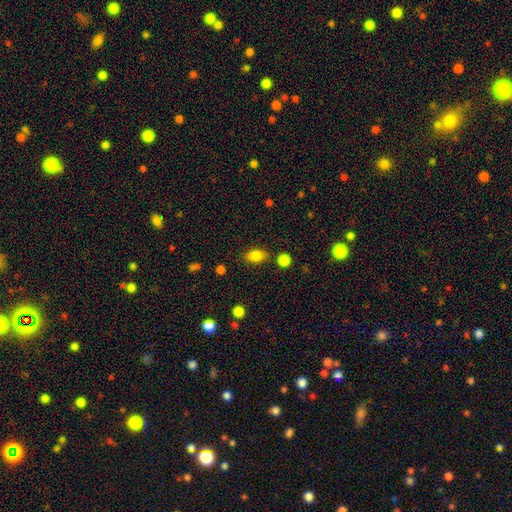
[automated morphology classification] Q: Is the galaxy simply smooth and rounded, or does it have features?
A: smooth — 83%.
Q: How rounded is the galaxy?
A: in between — 82%.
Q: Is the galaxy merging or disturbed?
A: none — 77%.